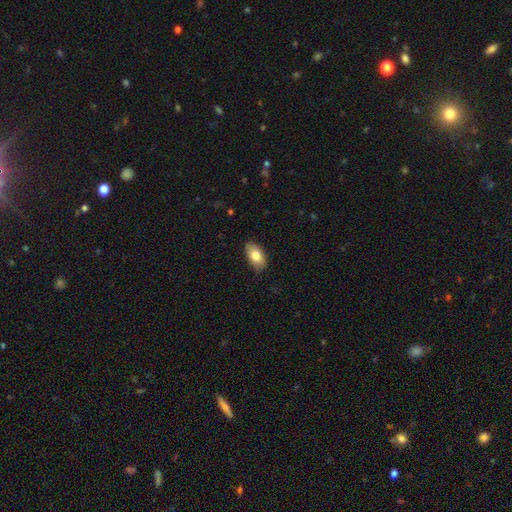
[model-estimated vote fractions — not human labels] smooth_or_featured: smooth (p=0.81) [alt: featured or disk p=0.13]
how_rounded: in between (p=0.93) [alt: round p=0.05]
merging: none (p=0.83) [alt: minor disturbance p=0.13]